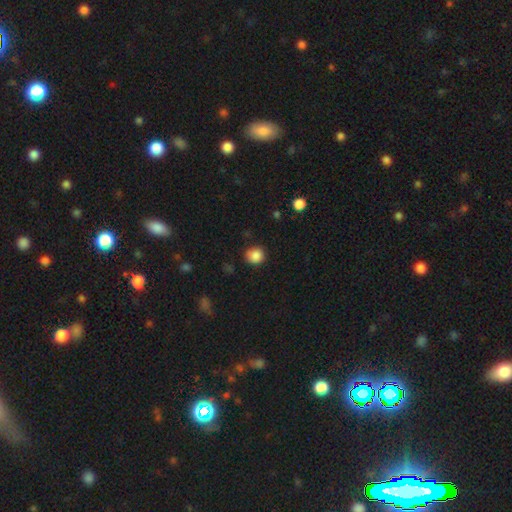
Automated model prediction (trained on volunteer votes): Smooth or featured? smooth (87%)
How rounded? round (83%)
Merging? none (84%)